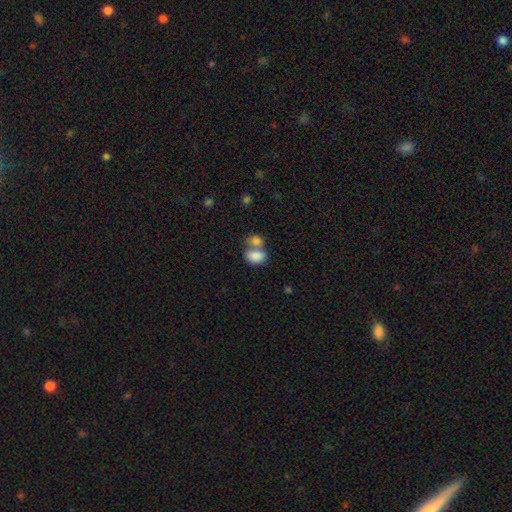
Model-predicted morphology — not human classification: Smooth or featured?
  - smooth: 83% *
  - featured or disk: 9%
  - star or artifact: 8%
How rounded?
  - in between: 81% *
  - round: 18%
  - cigar-shaped: 1%
Merging?
  - merger: 57% *
  - none: 29%
  - minor disturbance: 9%
  - major disturbance: 5%